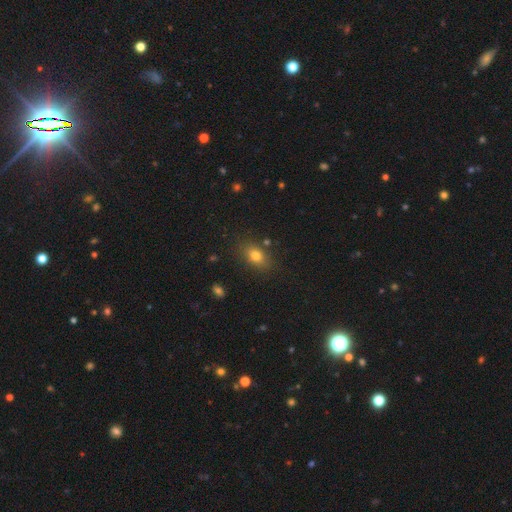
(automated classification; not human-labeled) A smooth galaxy with no disk features (77%) that is in between round and cigar-shaped (75%). Merging: none (82%).